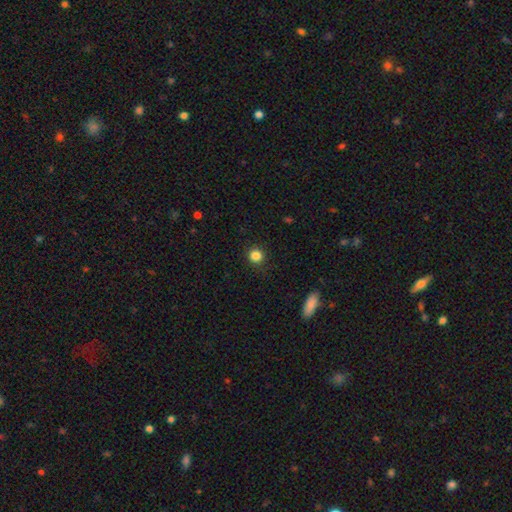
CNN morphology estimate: The model was most divided on "smooth or featured": smooth: 85%, star or artifact: 11%, featured or disk: 4%. More confident: how rounded — round (91%); merging — none (90%).